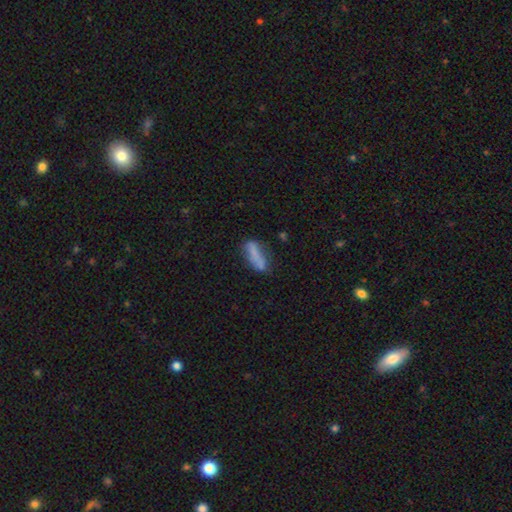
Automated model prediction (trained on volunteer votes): Smooth or featured: smooth — 72% (featured or disk — 19%)
How rounded: cigar-shaped — 55% (in between — 42%)
Merging: none — 60% (minor disturbance — 24%)